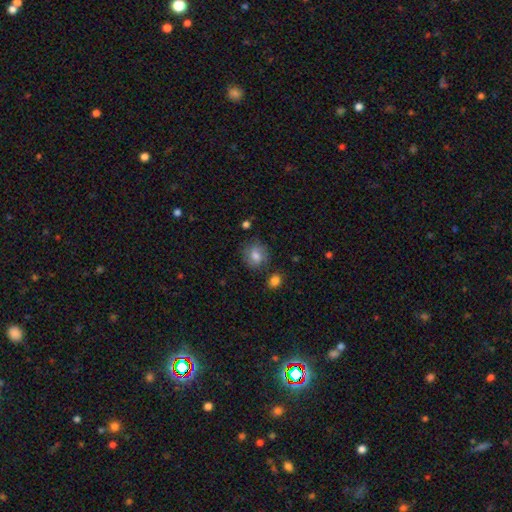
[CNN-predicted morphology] Smooth or featured?
  - smooth: 76% *
  - featured or disk: 15%
  - star or artifact: 9%
How rounded?
  - round: 76% *
  - in between: 23%
  - cigar-shaped: 1%
Merging?
  - none: 75% *
  - minor disturbance: 16%
  - major disturbance: 5%
  - merger: 4%